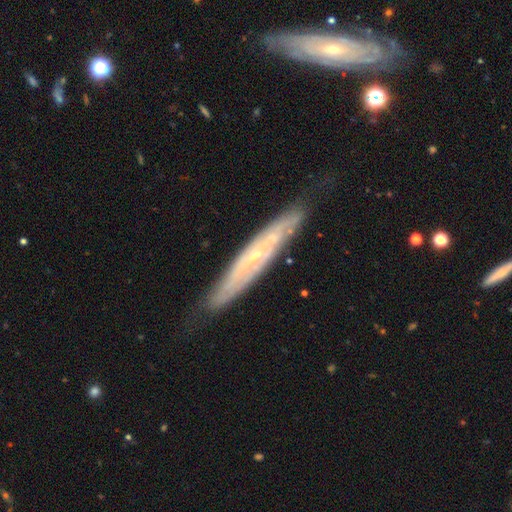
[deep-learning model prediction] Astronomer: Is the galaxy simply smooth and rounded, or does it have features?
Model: featured or disk — 72%.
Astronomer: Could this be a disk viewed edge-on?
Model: yes — 56% (runner-up: no, 44%).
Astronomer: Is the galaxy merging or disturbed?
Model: none — 77%.